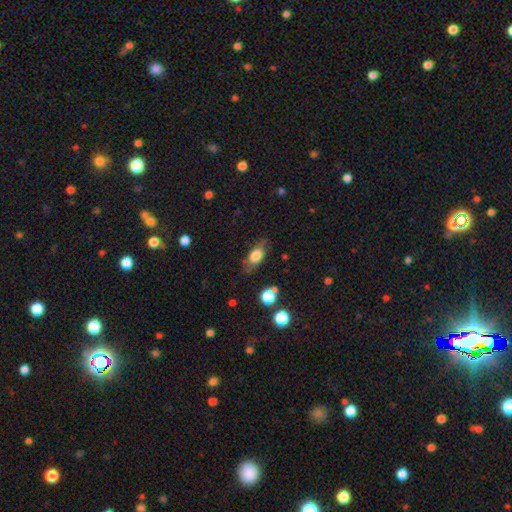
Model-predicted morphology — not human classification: type=smooth (69%); roundness=in between (81%); merging=none (73%).